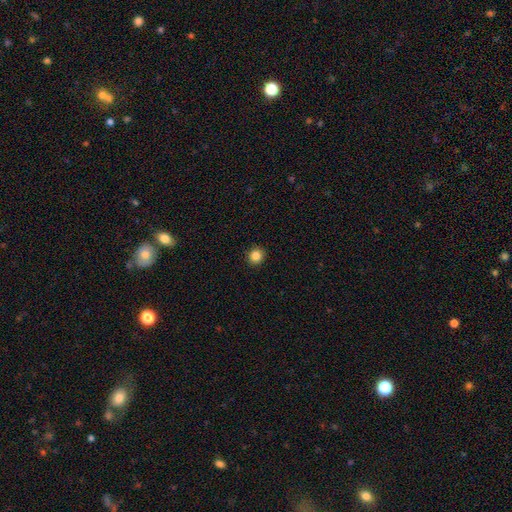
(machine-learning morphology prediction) smooth-or-featured: smooth: 85% | star or artifact: 11% | featured or disk: 4%
  how-rounded: round: 90% | in between: 9% | cigar-shaped: 1%
  merging: none: 92% | minor disturbance: 5% | major disturbance: 2% | merger: 1%